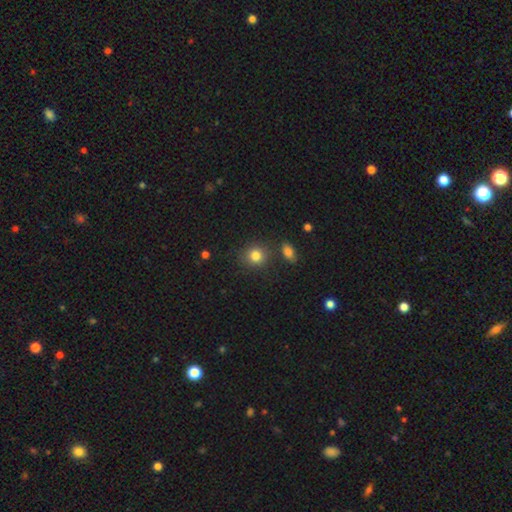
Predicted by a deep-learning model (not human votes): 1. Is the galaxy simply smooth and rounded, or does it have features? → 83% smooth, 11% star or artifact, 7% featured or disk.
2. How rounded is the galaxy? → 82% round, 17% in between, 1% cigar-shaped.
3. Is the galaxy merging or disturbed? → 81% none, 10% minor disturbance, 6% merger, 3% major disturbance.